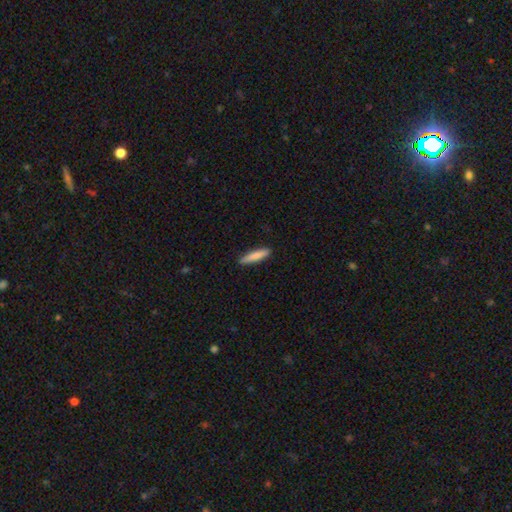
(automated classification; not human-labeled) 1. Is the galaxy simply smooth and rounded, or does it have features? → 82% smooth, 13% featured or disk, 5% star or artifact.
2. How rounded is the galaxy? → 87% cigar-shaped, 12% in between, 1% round.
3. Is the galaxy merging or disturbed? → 88% none, 9% minor disturbance, 2% major disturbance, 1% merger.